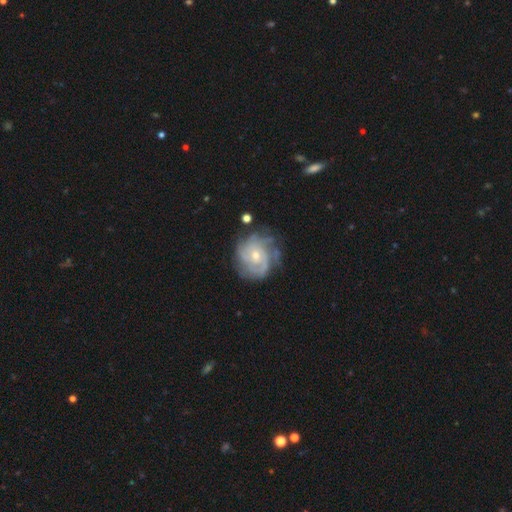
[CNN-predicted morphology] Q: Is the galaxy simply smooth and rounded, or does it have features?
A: featured or disk — 83%.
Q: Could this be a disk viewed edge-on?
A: no — 98%.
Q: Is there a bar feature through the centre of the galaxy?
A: no — 71%.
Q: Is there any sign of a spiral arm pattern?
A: yes — 93%.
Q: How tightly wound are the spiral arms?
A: tight — 63%.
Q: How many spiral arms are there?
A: can't tell — 38%.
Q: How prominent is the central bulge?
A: small — 57%.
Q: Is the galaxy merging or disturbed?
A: none — 65%.